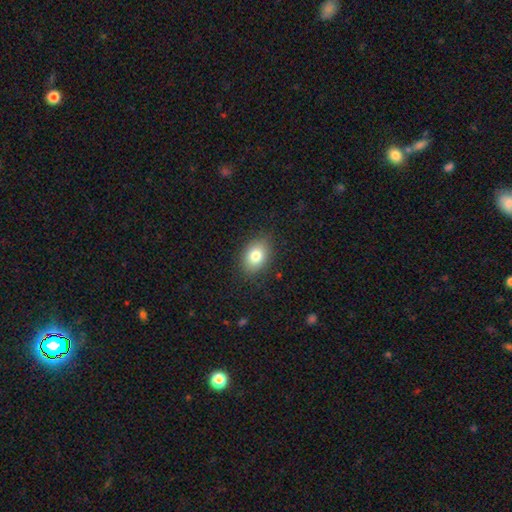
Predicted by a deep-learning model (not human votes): A smooth galaxy with no disk features (80%) that is in between round and cigar-shaped (74%).

Vote fractions:
- Smooth or featured? smooth: 80% / featured or disk: 10% / star or artifact: 9%
- How rounded? in between: 74% / round: 25% / cigar-shaped: 1%
- Merging? none: 86% / minor disturbance: 11% / major disturbance: 3% / merger: 1%